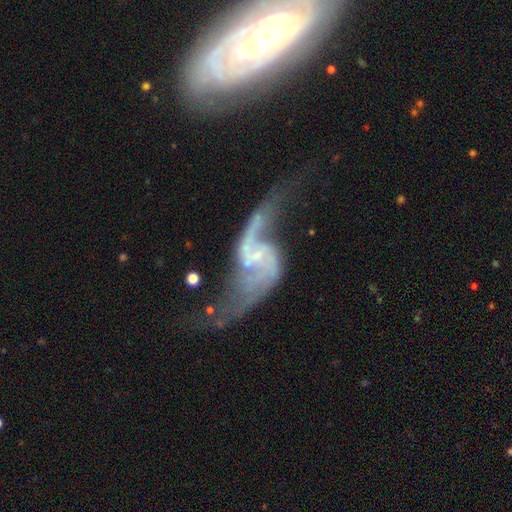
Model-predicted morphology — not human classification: featured or disk 90%, star or artifact 5%, smooth 5%. Down the decision tree: edge-on disk — no (97%); bar — no (45%); spiral arms — yes (94%); spiral arm count — 2 (93%); spiral winding — loose (84%); bulge size — small (67%); merging — none (45%).